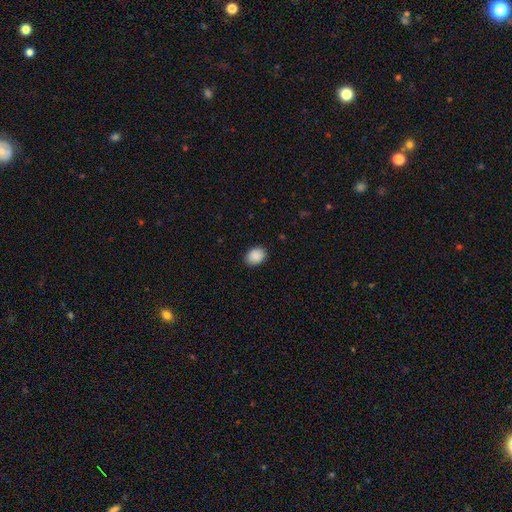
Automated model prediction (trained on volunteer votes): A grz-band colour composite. It shows a smooth galaxy with no disk features (90%) that is in between round and cigar-shaped (62%). Merging: none (88%).